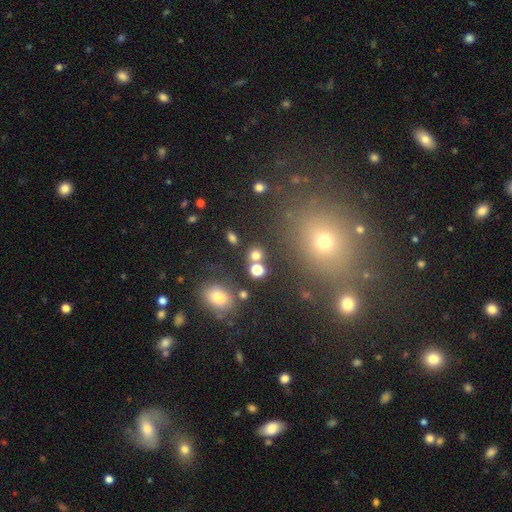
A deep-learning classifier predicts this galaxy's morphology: This appears to be a smooth galaxy with no disk features (74%) that is round (76%). Merging: none (73%).